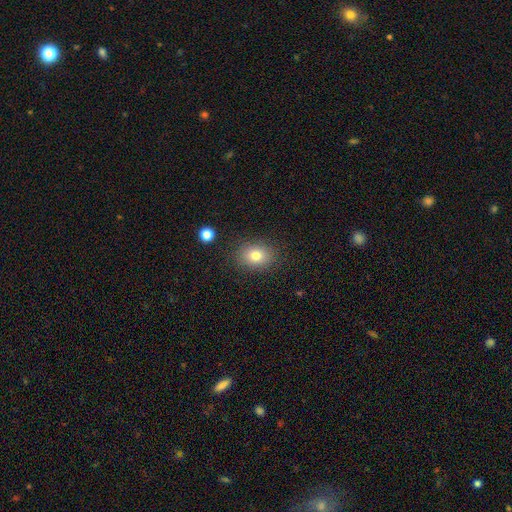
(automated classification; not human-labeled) Smooth or featured?
  - smooth: 80% *
  - star or artifact: 11%
  - featured or disk: 10%
How rounded?
  - in between: 56% *
  - round: 43%
  - cigar-shaped: 1%
Merging?
  - none: 85% *
  - minor disturbance: 10%
  - major disturbance: 3%
  - merger: 2%